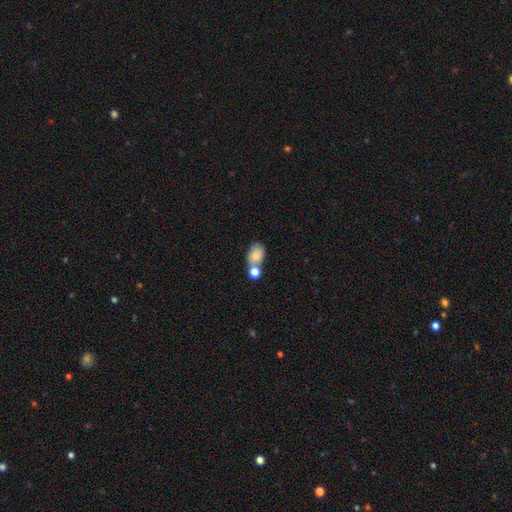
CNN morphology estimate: Smooth or featured? smooth (80%)
How rounded? in between (71%)
Merging? none (43%)